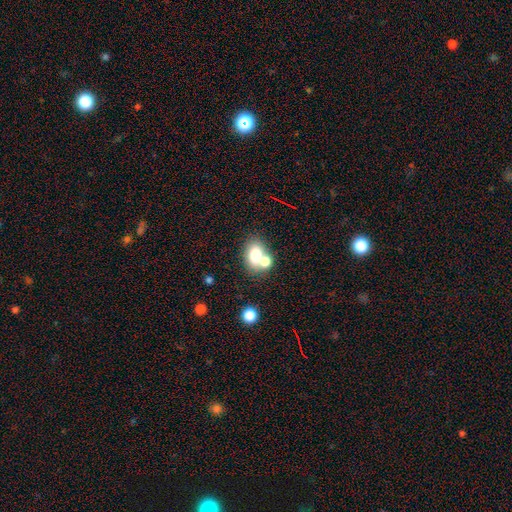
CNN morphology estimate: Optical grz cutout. It shows a smooth galaxy with no disk features (72%) that is in between round and cigar-shaped (70%). Merging: none (46%).